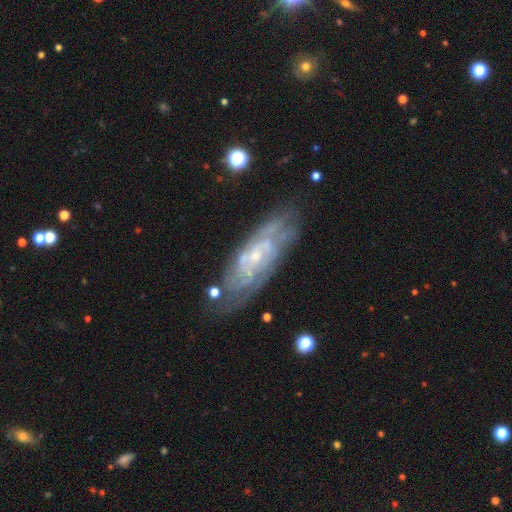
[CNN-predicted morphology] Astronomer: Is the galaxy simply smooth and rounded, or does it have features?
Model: featured or disk — 83%.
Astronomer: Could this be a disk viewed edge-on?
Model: no — 88%.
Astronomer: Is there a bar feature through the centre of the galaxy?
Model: no — 63%.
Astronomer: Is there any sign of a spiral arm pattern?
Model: yes — 92%.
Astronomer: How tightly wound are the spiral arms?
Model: tight — 64%.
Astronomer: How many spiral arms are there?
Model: can't tell — 46% (runner-up: 2, 21%).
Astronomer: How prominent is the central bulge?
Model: small — 75%.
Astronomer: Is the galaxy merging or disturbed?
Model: none — 72%.